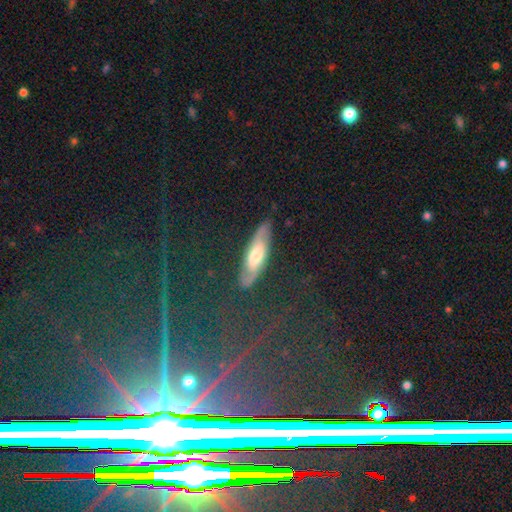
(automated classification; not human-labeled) Overall: featured or disk (48%; smooth 42%). Merging: none (80%).